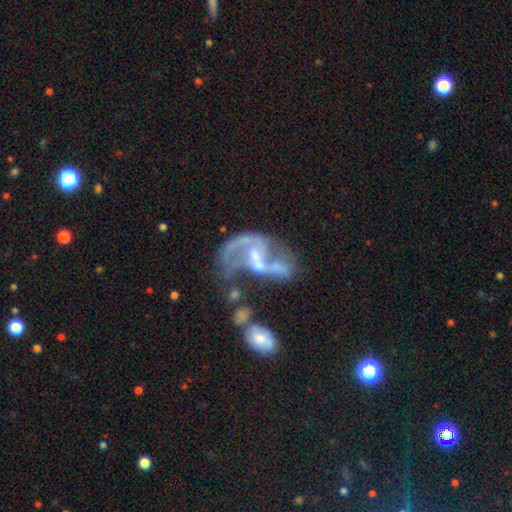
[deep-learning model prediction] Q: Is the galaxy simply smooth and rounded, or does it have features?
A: featured or disk — 78%.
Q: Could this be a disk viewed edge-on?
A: no — 97%.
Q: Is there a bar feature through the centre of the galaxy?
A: no — 46%.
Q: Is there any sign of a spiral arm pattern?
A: yes — 71%.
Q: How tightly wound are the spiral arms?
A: loose — 60%.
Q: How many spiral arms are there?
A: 2 — 62%.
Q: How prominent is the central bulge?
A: small — 38%.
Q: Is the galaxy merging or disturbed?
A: merger — 37%.